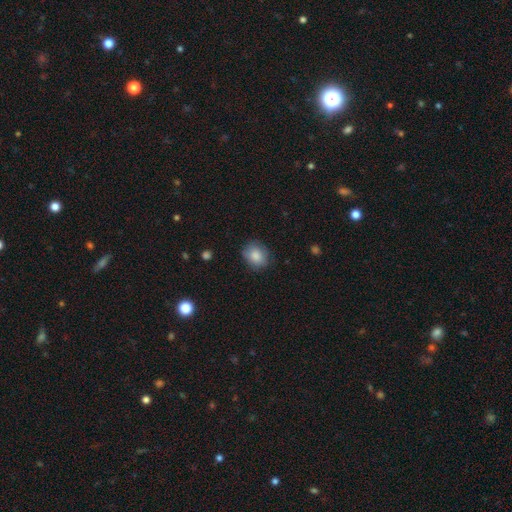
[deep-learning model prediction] A smooth galaxy with no disk features (84%) that is round (61%). Merging: none (77%).